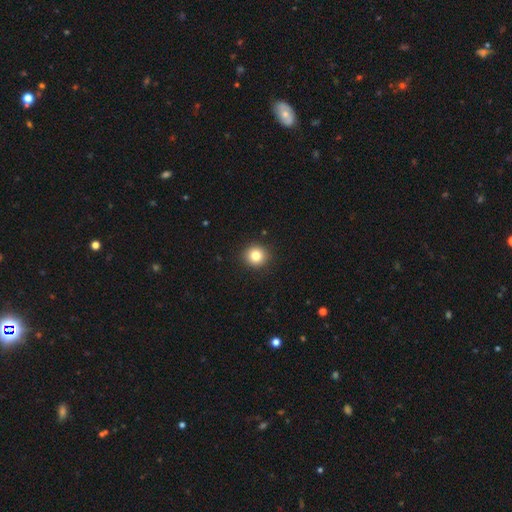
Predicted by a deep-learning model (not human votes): Overall: smooth (83%). How rounded: round (91%). Merging: none (92%).